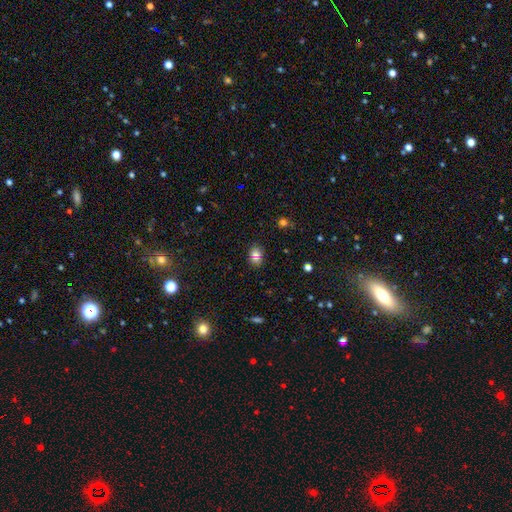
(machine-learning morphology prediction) smooth 80%, star or artifact 12%, featured or disk 9%. Down the decision tree: how rounded — in between (69%); merging — none (81%).